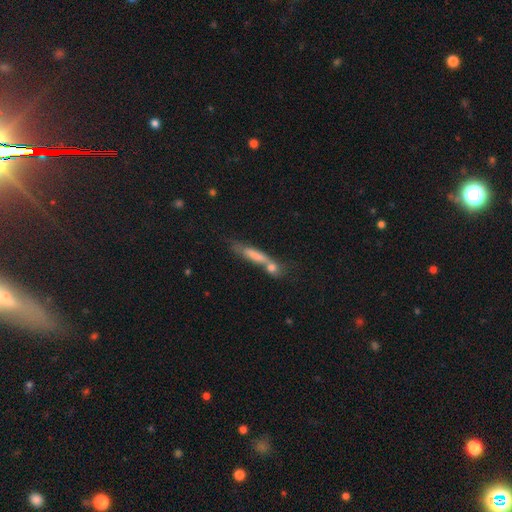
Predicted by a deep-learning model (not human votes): smooth-or-featured: smooth: 64% | featured or disk: 27% | star or artifact: 9%
  how-rounded: cigar-shaped: 80% | in between: 16% | round: 4%
  merging: none: 38% (tied) | merger: 38% (tied) | minor disturbance: 15% | major disturbance: 9%